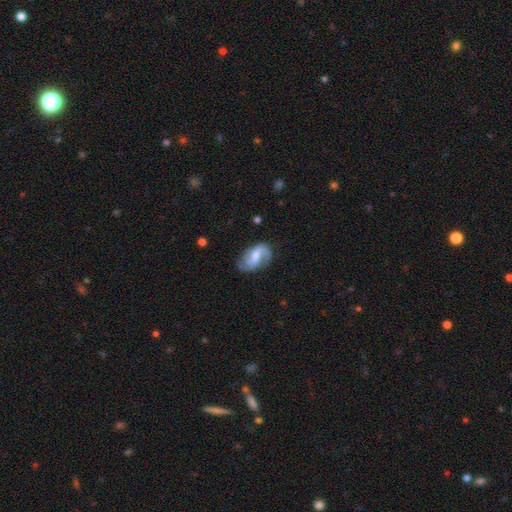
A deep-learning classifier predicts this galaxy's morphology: A featured or disk galaxy (76%) with a weak bar (51%), 2 (69%) medium (45%) spiral arms (94%) and a moderate central bulge (56%).

Vote fractions:
- Smooth or featured? featured or disk: 76% / smooth: 18% / star or artifact: 6%
- Edge-on disk? no: 97% / yes: 3%
- Bar? weak: 51% / no: 34% / strong: 16%
- Spiral arms? yes: 94% / no: 6%
- Spiral winding? medium: 45% / loose: 38% / tight: 18%
- Spiral arm count? 2: 69% / 3: 10% / can't tell: 9% / 1: 8% / 4: 2% / more than 4: 2%
- Bulge size? moderate: 56% / small: 29% / large: 7% / none: 6% / dominant: 1%
- Merging? none: 66% / minor disturbance: 22% / major disturbance: 10% / merger: 2%